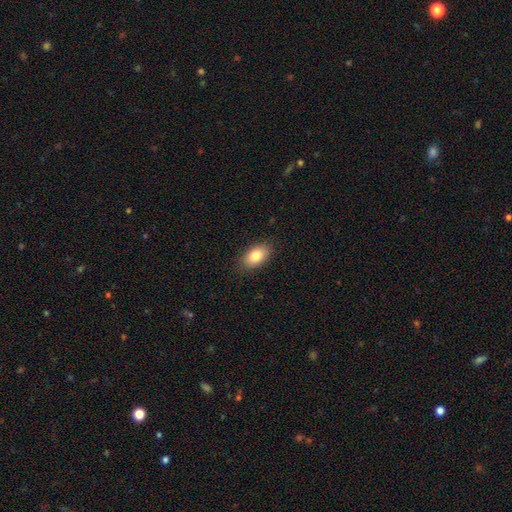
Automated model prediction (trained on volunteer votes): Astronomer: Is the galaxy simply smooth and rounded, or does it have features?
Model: smooth — 82%.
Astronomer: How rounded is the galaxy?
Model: in between — 91%.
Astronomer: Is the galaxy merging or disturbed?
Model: none — 86%.